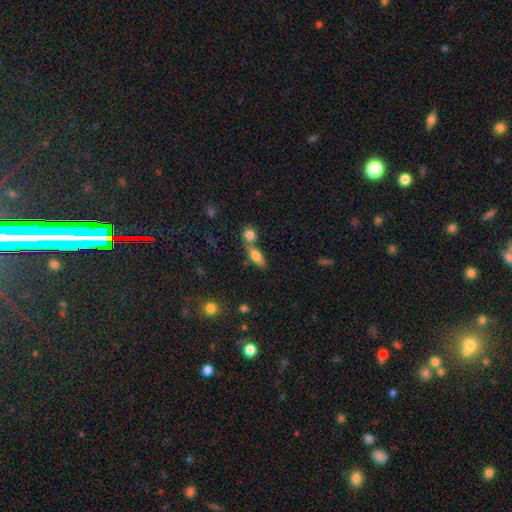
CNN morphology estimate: smooth_or_featured: smooth (p=0.71) [alt: featured or disk p=0.19]
how_rounded: in between (p=0.67) [alt: cigar-shaped p=0.24]
merging: merger (p=0.48) [alt: none p=0.38]